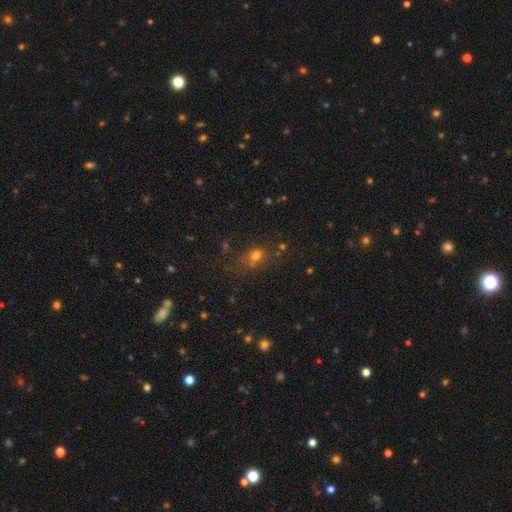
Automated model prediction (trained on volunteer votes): A smooth galaxy with no disk features (66%) that is in between round and cigar-shaped (49%). Merging: none (50%).